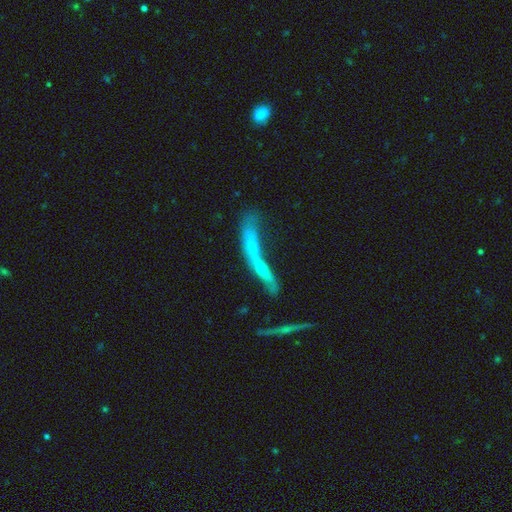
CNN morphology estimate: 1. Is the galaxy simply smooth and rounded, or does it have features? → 52% featured or disk, 32% smooth, 15% star or artifact.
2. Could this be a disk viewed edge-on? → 54% yes, 46% no.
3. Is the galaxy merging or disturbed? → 53% merger, 21% none, 16% major disturbance, 10% minor disturbance.